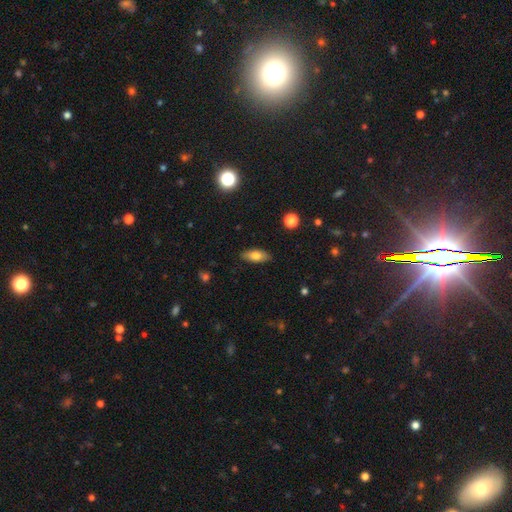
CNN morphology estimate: Q: Smooth or featured?
A: smooth (73%); runner-up: featured or disk (19%)
Q: How rounded?
A: in between (81%); runner-up: cigar-shaped (16%)
Q: Merging?
A: none (86%); runner-up: minor disturbance (10%)